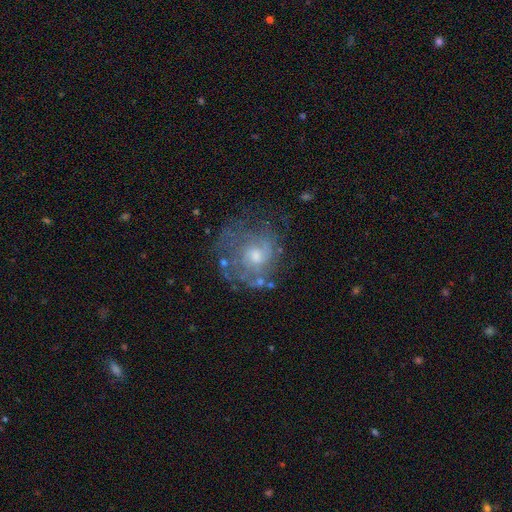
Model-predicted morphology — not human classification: Overall: featured or disk (67%). Edge-on disk: no (98%). Bar: no (74%). Spiral arms: yes (67%; no 33%). Bulge size: moderate (56%; small 34%). Merging: none (51%; major disturbance 23%).